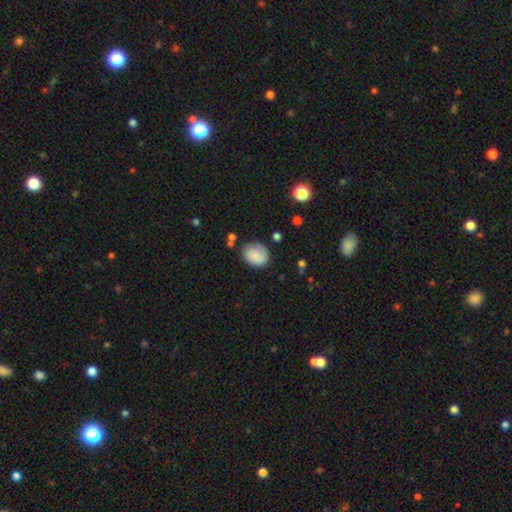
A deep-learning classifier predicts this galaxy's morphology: A smooth galaxy with no disk features (72%) that is round (56%).

Vote fractions:
- Smooth or featured? smooth: 72% / featured or disk: 20% / star or artifact: 8%
- How rounded? round: 56% / in between: 43% / cigar-shaped: 1%
- Merging? none: 66% / minor disturbance: 22% / major disturbance: 8% / merger: 4%